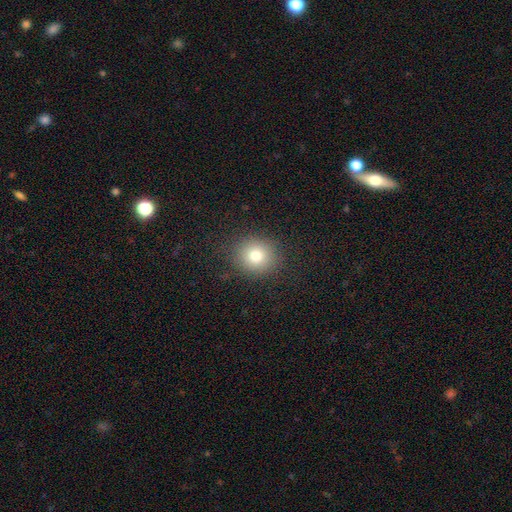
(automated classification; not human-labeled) Q: Smooth or featured?
A: smooth (78%); runner-up: star or artifact (13%)
Q: How rounded?
A: round (87%); runner-up: in between (13%)
Q: Merging?
A: none (88%); runner-up: minor disturbance (7%)